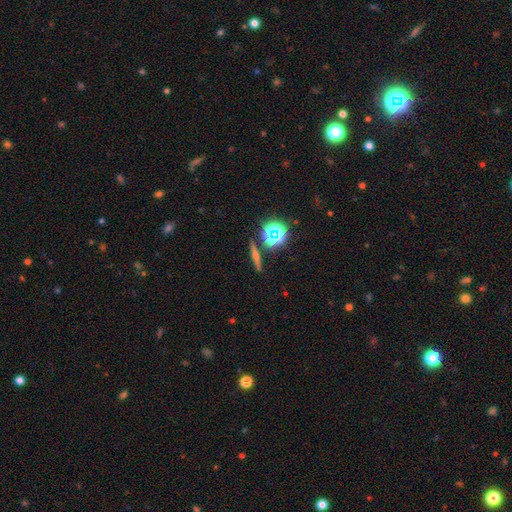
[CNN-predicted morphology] smooth-or-featured: featured or disk: 48% | smooth: 29% | star or artifact: 23%
  merging: none: 87% | minor disturbance: 7% | merger: 3% | major disturbance: 2%